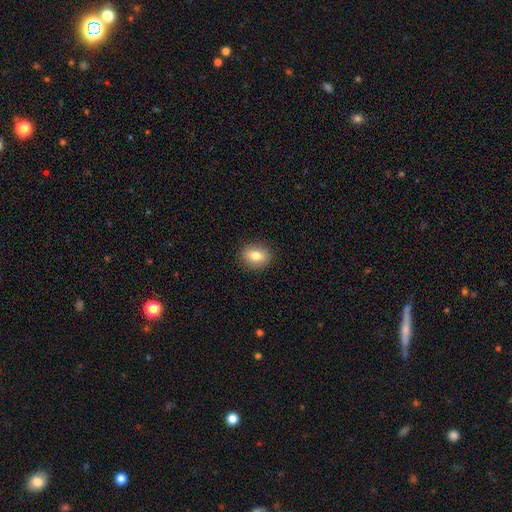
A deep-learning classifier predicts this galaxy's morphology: Smooth or featured?
  - smooth: 80% *
  - featured or disk: 11%
  - star or artifact: 9%
How rounded?
  - round: 55% *
  - in between: 43%
  - cigar-shaped: 1%
Merging?
  - none: 89% *
  - minor disturbance: 8%
  - major disturbance: 2%
  - merger: 1%